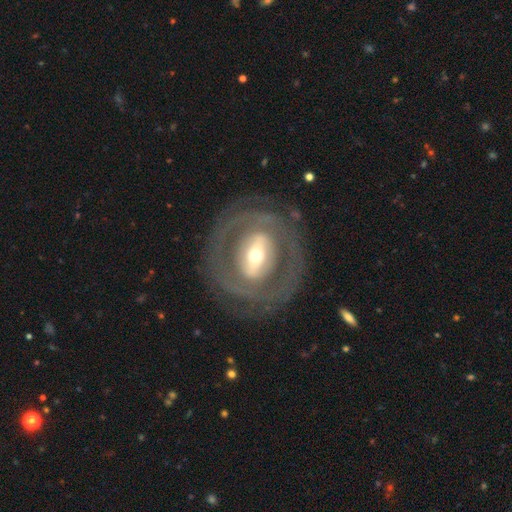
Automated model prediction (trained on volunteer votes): featured or disk 75%, smooth 19%, star or artifact 6%. Down the decision tree: edge-on disk — no (93%); bar — strong (50%); spiral arms — no (60%); bulge size — moderate (49%); merging — none (79%).